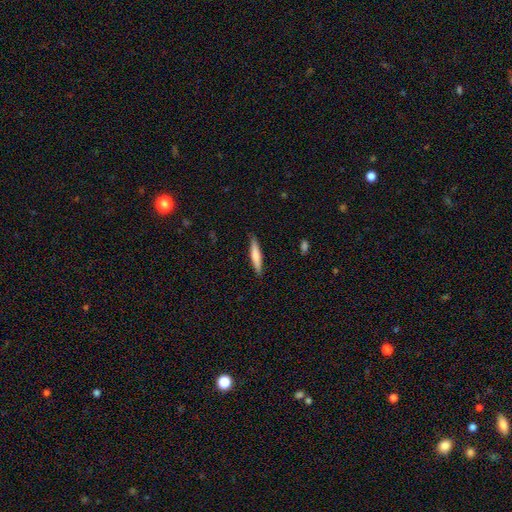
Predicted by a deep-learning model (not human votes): Morphology: type=smooth (69%); roundness=cigar-shaped (91%); merging=none (89%).